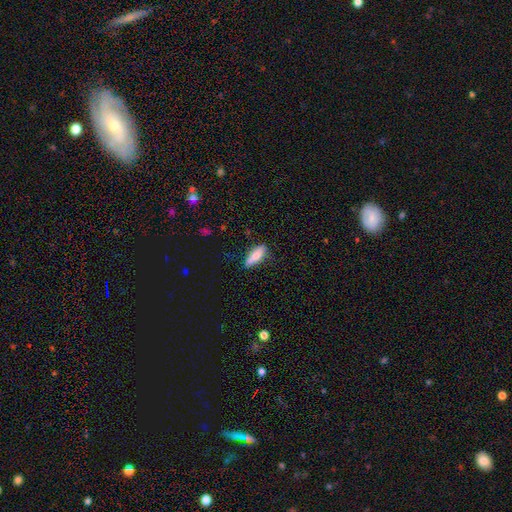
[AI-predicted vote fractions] smooth-or-featured: smooth: 67% | featured or disk: 26% | star or artifact: 7%
  how-rounded: in between: 51% | cigar-shaped: 47% | round: 2%
  merging: none: 72% | minor disturbance: 21% | major disturbance: 5% | merger: 2%